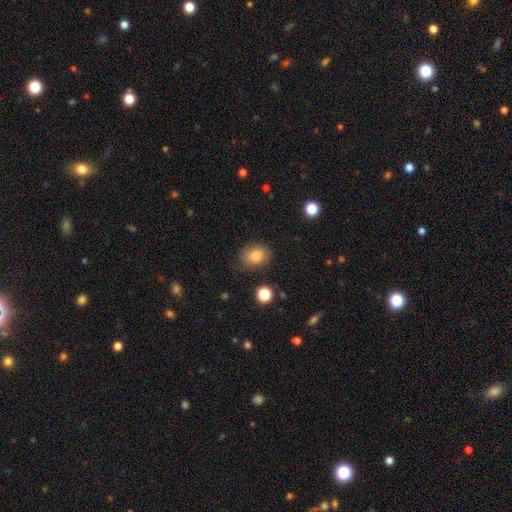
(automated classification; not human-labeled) Morphology: type=smooth (83%); roundness=in between (63%); merging=none (73%).